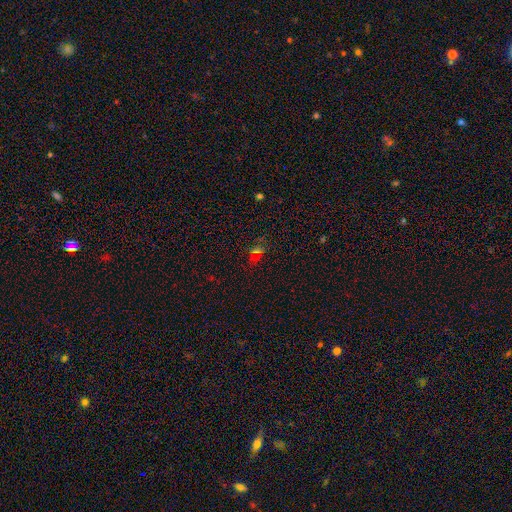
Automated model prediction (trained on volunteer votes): The model was most divided on "smooth or featured": smooth: 48%, star or artifact: 42%, featured or disk: 11%. More confident: merging — none (52%).